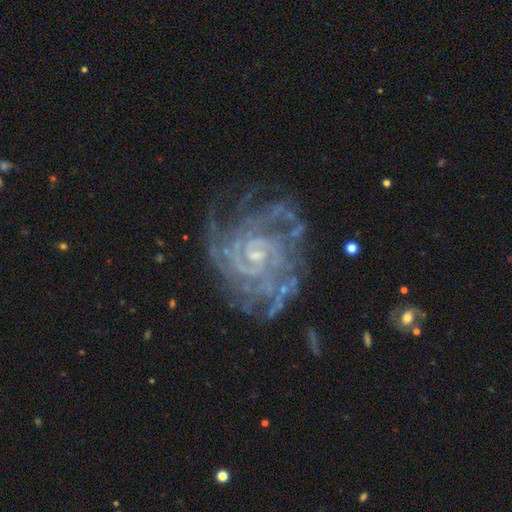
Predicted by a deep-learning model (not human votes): Smooth or featured? featured or disk (90%)
Edge-on disk? no (98%)
Bar? no (49%)
Spiral arms? yes (98%)
Spiral winding? tight (71%)
Spiral arm count? can't tell (22%)
Bulge size? small (72%)
Merging? none (68%)